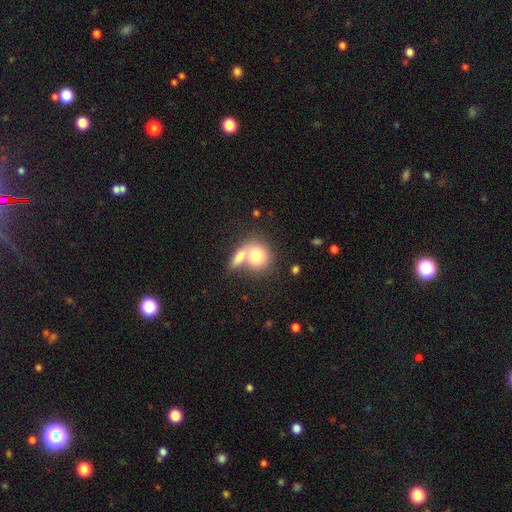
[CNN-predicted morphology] smooth-or-featured: smooth: 76% | featured or disk: 17% | star or artifact: 8%
  how-rounded: round: 72% | in between: 26% | cigar-shaped: 2%
  merging: merger: 54% | none: 32% | minor disturbance: 8% | major disturbance: 6%